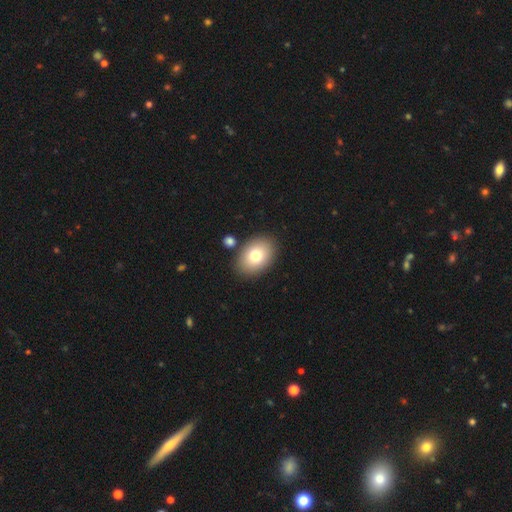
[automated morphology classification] Smooth or featured?
  - smooth: 77% *
  - featured or disk: 14%
  - star or artifact: 9%
How rounded?
  - in between: 80% *
  - round: 19%
  - cigar-shaped: 1%
Merging?
  - none: 85% *
  - minor disturbance: 8%
  - merger: 5%
  - major disturbance: 2%